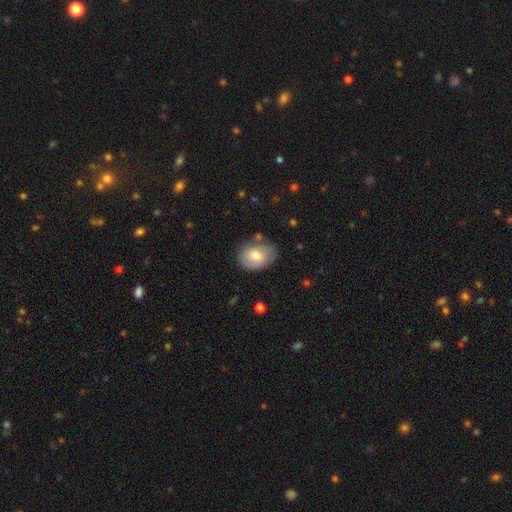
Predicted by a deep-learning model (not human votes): Smooth or featured? smooth (68%)
How rounded? in between (68%)
Merging? none (71%)